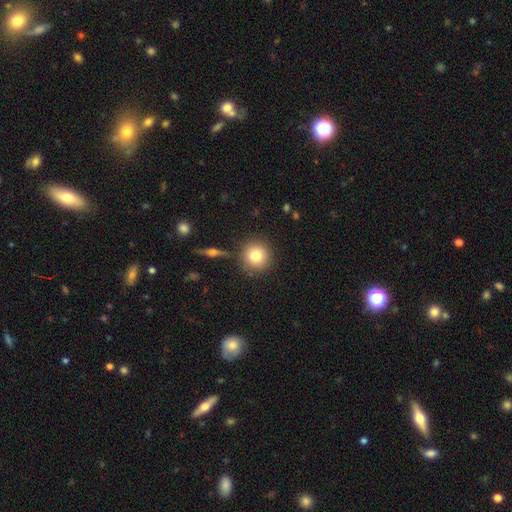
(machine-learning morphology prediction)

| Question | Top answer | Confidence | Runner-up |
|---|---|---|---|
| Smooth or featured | smooth | 80% | star or artifact (10%) |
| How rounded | round | 93% | in between (6%) |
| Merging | none | 86% | minor disturbance (7%) |